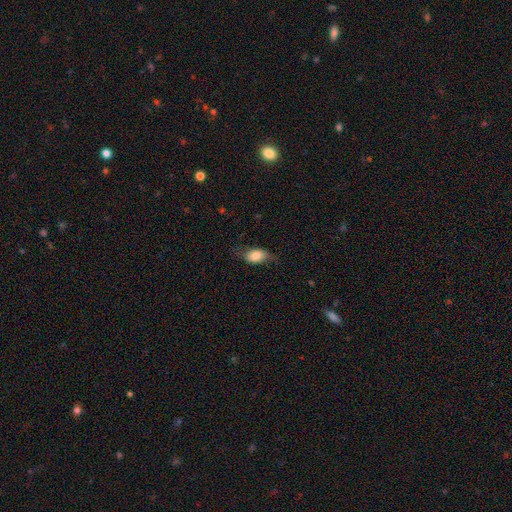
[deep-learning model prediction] This appears to be a smooth galaxy with no disk features (77%) that is in between round and cigar-shaped (86%). Merging: none (58%).